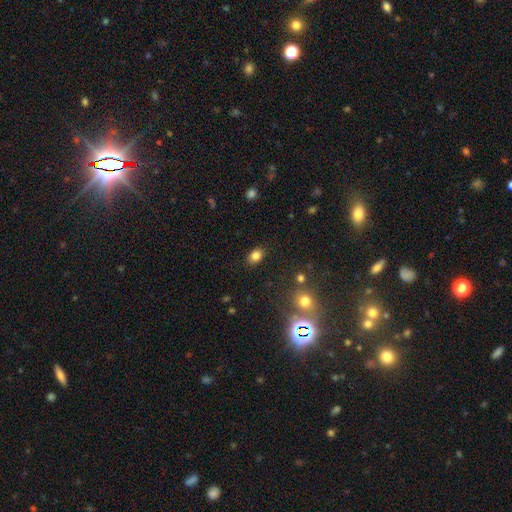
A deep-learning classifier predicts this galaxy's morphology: Smooth or featured?
  - smooth: 82% *
  - star or artifact: 12%
  - featured or disk: 6%
How rounded?
  - in between: 77% *
  - round: 22%
  - cigar-shaped: 1%
Merging?
  - none: 86% *
  - minor disturbance: 9%
  - major disturbance: 3%
  - merger: 2%